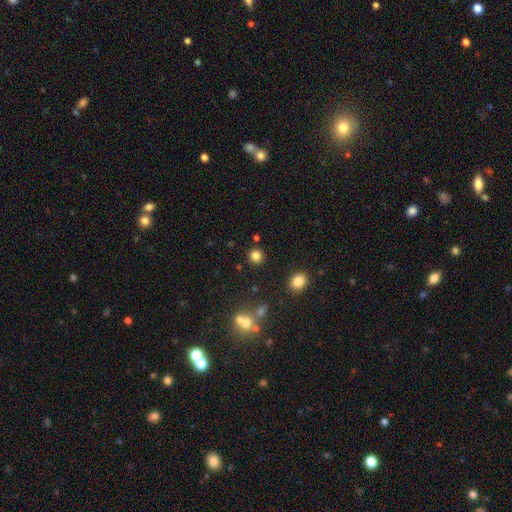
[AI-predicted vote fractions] A smooth galaxy with no disk features (82%) that is round (91%). Merging: none (88%).